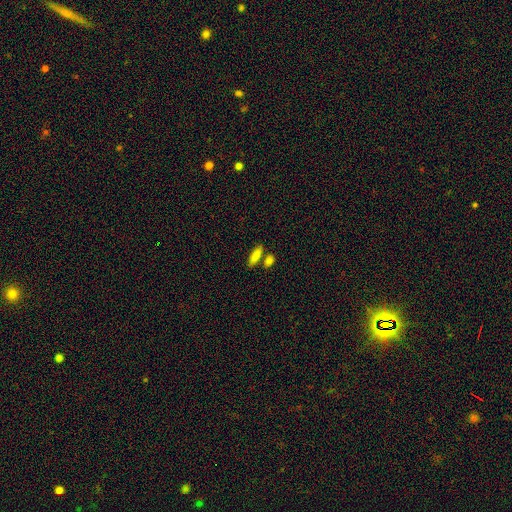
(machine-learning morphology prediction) smooth 85%, star or artifact 8%, featured or disk 7%. Down the decision tree: how rounded — in between (51%); merging — none (66%).